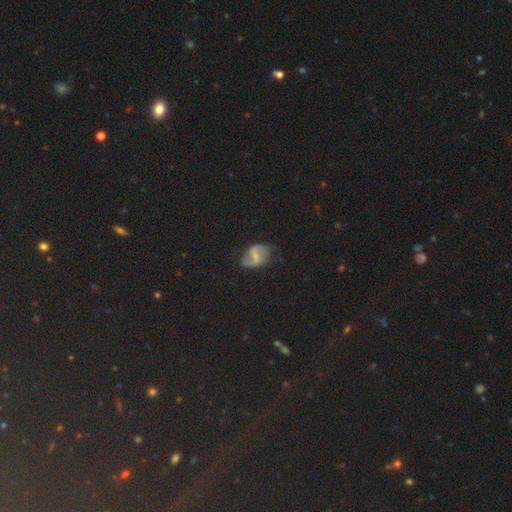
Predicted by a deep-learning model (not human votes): Morphology: type=featured or disk (66%); edge-on=no (97%); bar=weak (46%); spiral arms=yes (84%); winding=loose (49%); arm count=2 (89%); bulge=small (41%); merging=none (70%).